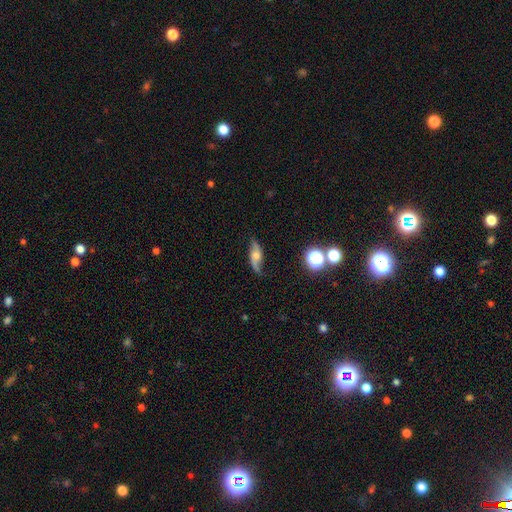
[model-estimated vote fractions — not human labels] Overall: featured or disk (69%). Edge-on disk: no (85%). Bar: no (67%). Spiral arms: yes (91%). Spiral arm count: 2 (88%). Spiral winding: loose (81%). Bulge size: moderate (55%; small 26%). Merging: none (68%).